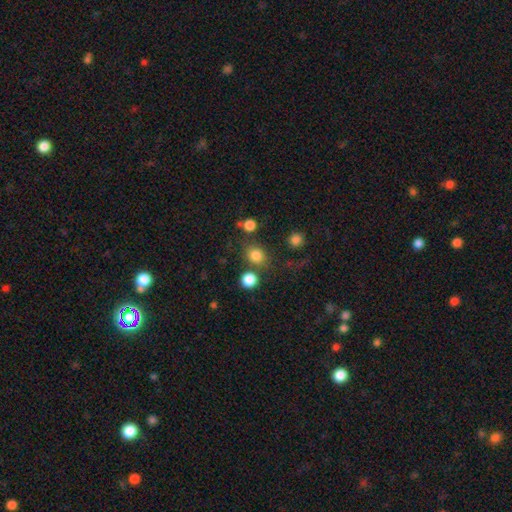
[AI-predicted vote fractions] smooth 80%, star or artifact 14%, featured or disk 6%. Down the decision tree: how rounded — round (76%); merging — none (73%).